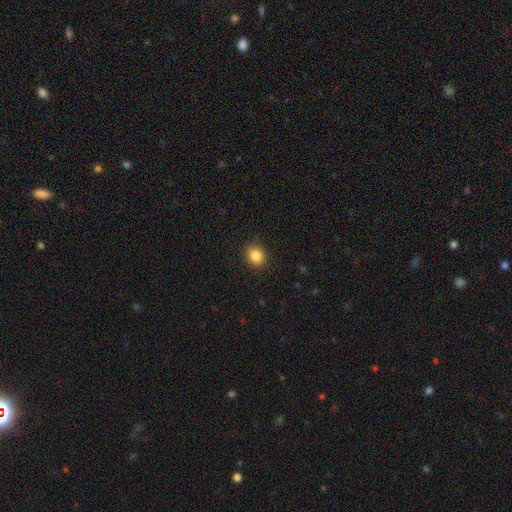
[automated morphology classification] smooth_or_featured: smooth (p=0.86) [alt: star or artifact p=0.10]
how_rounded: round (p=0.71) [alt: in between p=0.28]
merging: none (p=0.88) [alt: minor disturbance p=0.09]